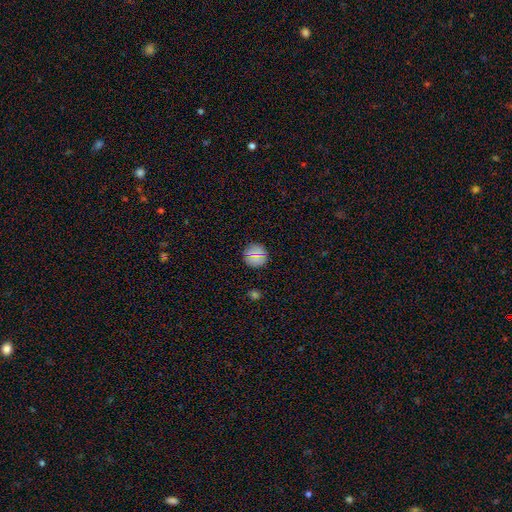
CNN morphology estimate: This is likely a smooth galaxy (75%). How rounded: clearly round (92%). Merging: clearly none (88%).